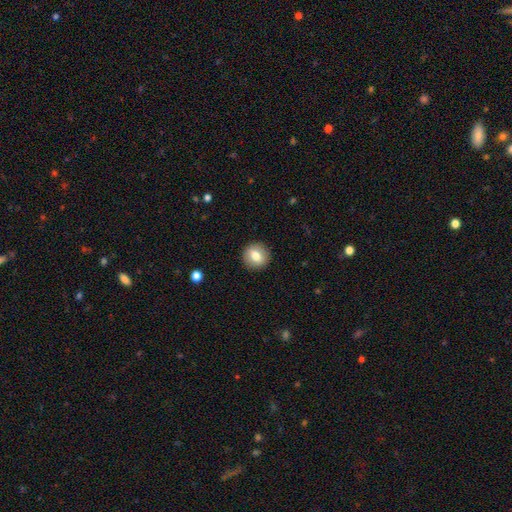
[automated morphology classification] Smooth or featured? Predicted: smooth (p=0.76). How rounded? Predicted: round (p=0.89). Merging? Predicted: none (p=0.91).